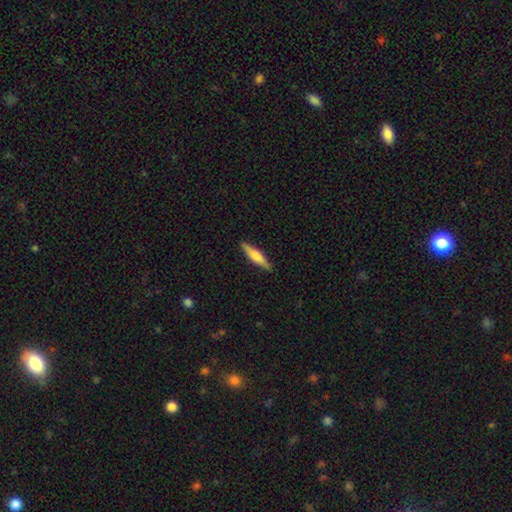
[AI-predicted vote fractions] This is possibly a smooth galaxy (55%). How rounded: clearly cigar-shaped (82%). Merging: clearly none (89%).